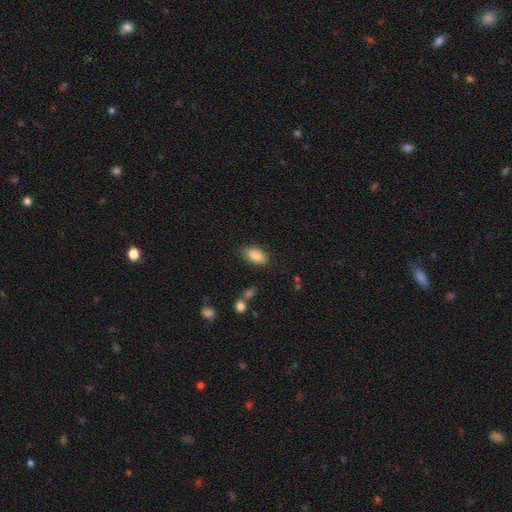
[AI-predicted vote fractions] Morphology: type=smooth (85%); roundness=in between (92%); merging=none (83%).